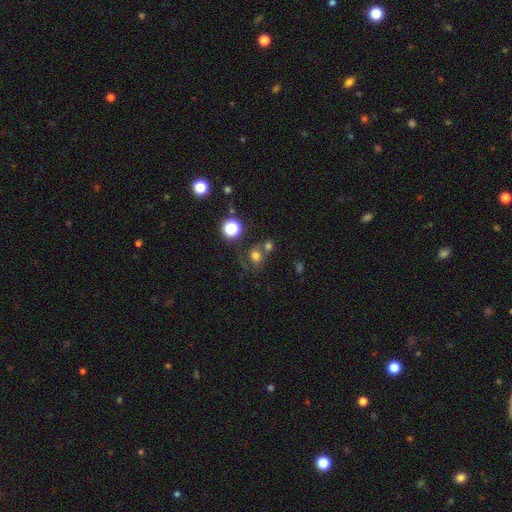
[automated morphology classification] Smooth or featured? smooth (65%)
How rounded? round (76%)
Merging? none (46%)